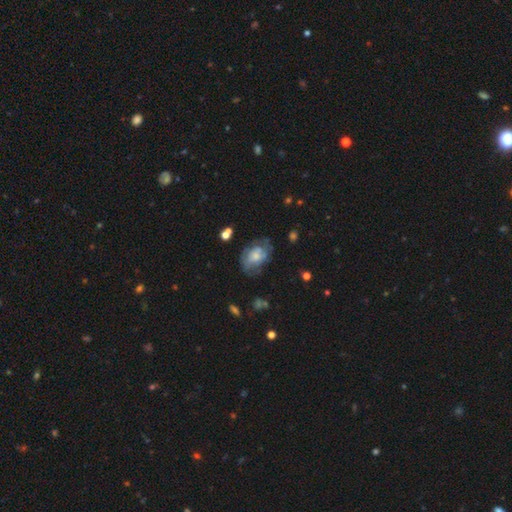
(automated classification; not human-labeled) A featured or disk galaxy (52%).

Vote fractions:
- Smooth or featured? featured or disk: 52% / smooth: 40% / star or artifact: 9%
- Edge-on disk? no: 96% / yes: 4%
- Merging? none: 55% / minor disturbance: 25% / major disturbance: 17% / merger: 3%